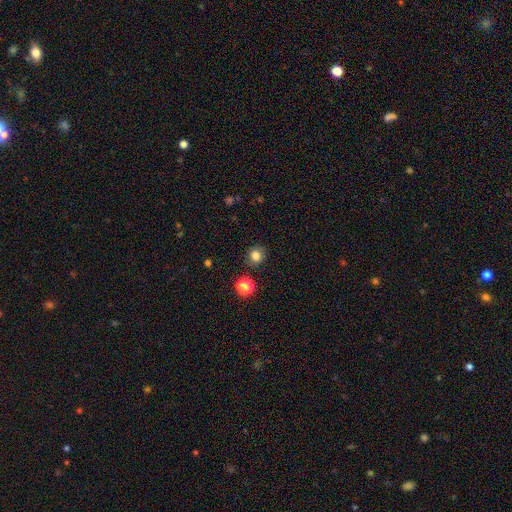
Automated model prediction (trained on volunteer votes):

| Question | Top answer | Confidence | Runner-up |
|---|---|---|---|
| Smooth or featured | smooth | 81% | star or artifact (13%) |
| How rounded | round | 87% | in between (12%) |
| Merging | none | 86% | minor disturbance (9%) |